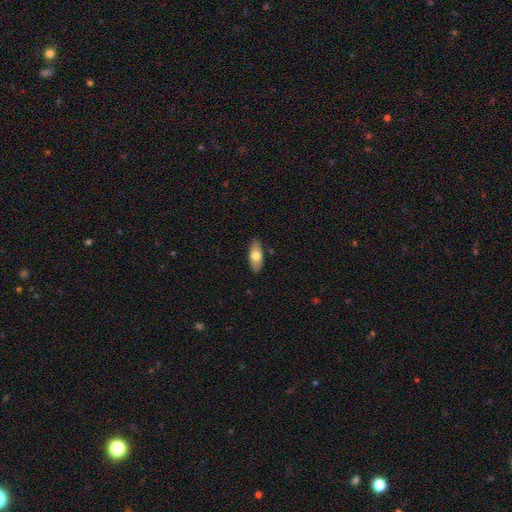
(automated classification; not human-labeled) Q: Smooth or featured?
A: smooth (68%); runner-up: featured or disk (26%)
Q: How rounded?
A: in between (84%); runner-up: cigar-shaped (13%)
Q: Merging?
A: none (87%); runner-up: minor disturbance (10%)